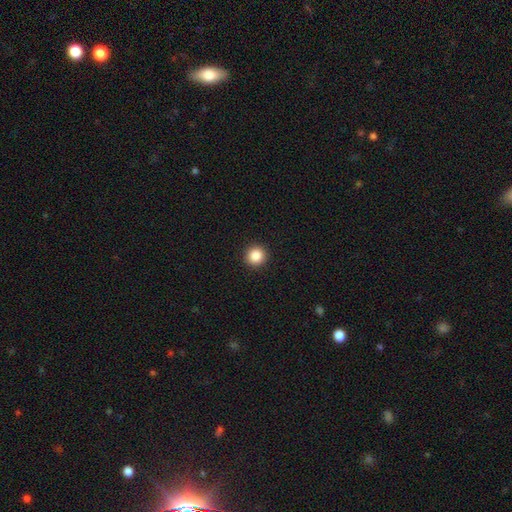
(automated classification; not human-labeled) Smooth or featured?
  - smooth: 87% *
  - star or artifact: 10%
  - featured or disk: 3%
How rounded?
  - round: 95% *
  - in between: 4%
  - cigar-shaped: 1%
Merging?
  - none: 93% *
  - minor disturbance: 4%
  - major disturbance: 2%
  - merger: 1%